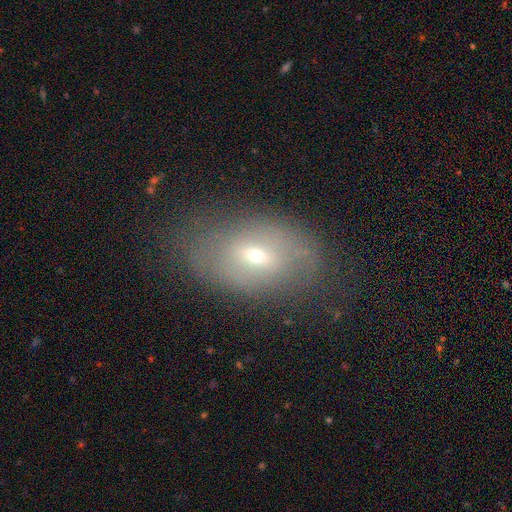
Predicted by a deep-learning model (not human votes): smooth-or-featured: smooth: 49% | featured or disk: 37% | star or artifact: 14%
  merging: none: 69% | minor disturbance: 20% | major disturbance: 10% | merger: 2%